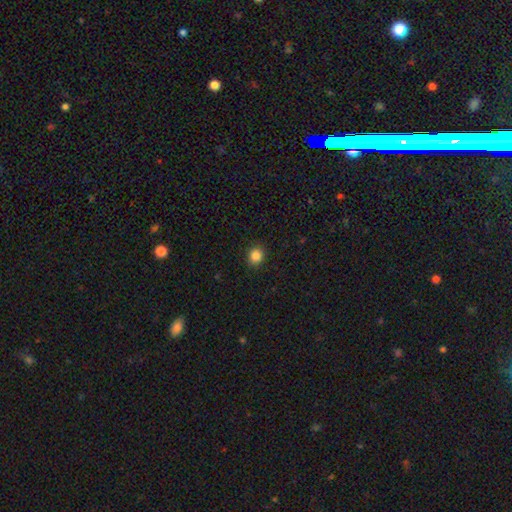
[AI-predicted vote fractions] smooth_or_featured: smooth (p=0.85) [alt: star or artifact p=0.11]
how_rounded: round (p=0.83) [alt: in between p=0.16]
merging: none (p=0.90) [alt: minor disturbance p=0.07]